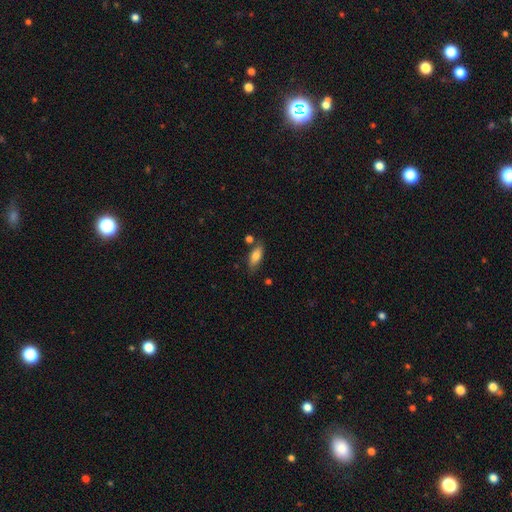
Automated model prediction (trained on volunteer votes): Q: Smooth or featured?
A: smooth (77%); runner-up: featured or disk (16%)
Q: How rounded?
A: in between (78%); runner-up: cigar-shaped (19%)
Q: Merging?
A: none (74%); runner-up: minor disturbance (16%)